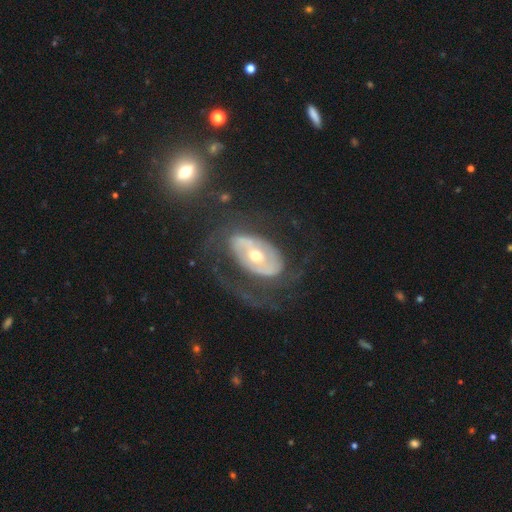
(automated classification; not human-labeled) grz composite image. It shows a featured or disk galaxy (78%) with no bar (45%), spiral arms (67%) and a moderate central bulge (61%). Merging: none (49%).